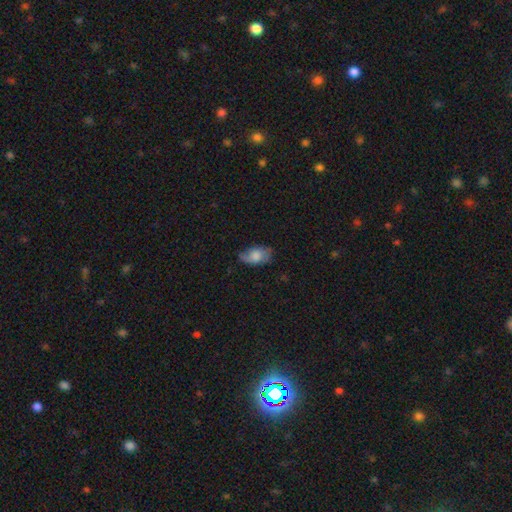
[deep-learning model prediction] A smooth galaxy with no disk features (62%) that is in between round and cigar-shaped (91%).

Vote fractions:
- Smooth or featured? smooth: 62% / featured or disk: 30% / star or artifact: 8%
- How rounded? in between: 91% / round: 7% / cigar-shaped: 2%
- Merging? none: 59% / minor disturbance: 29% / major disturbance: 10% / merger: 2%